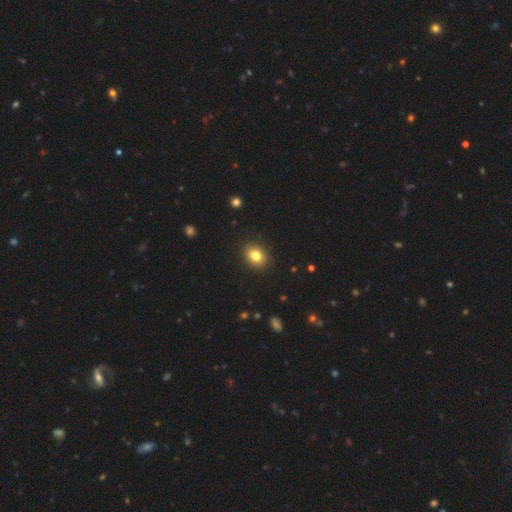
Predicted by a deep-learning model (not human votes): smooth 82%, star or artifact 10%, featured or disk 8%. Down the decision tree: how rounded — round (50%); merging — none (89%).